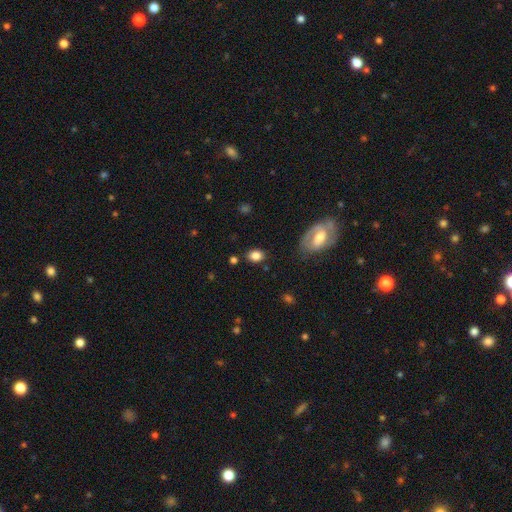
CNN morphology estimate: smooth_or_featured: smooth (p=0.83) [alt: star or artifact p=0.09]
how_rounded: in between (p=0.69) [alt: round p=0.29]
merging: none (p=0.82) [alt: minor disturbance p=0.12]